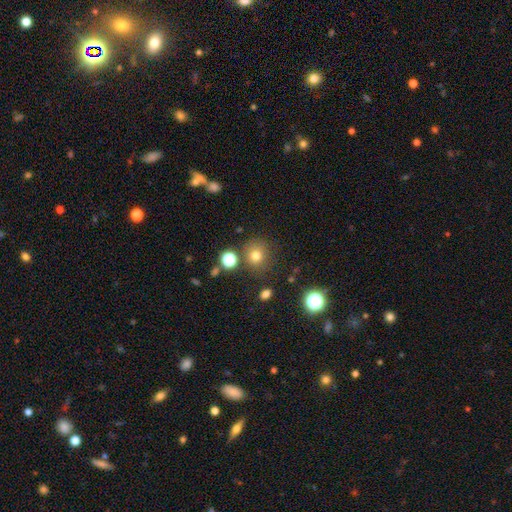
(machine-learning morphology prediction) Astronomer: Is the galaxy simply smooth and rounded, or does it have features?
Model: smooth — 74%.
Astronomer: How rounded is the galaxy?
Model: round — 88%.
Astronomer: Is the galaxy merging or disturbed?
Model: none — 81%.